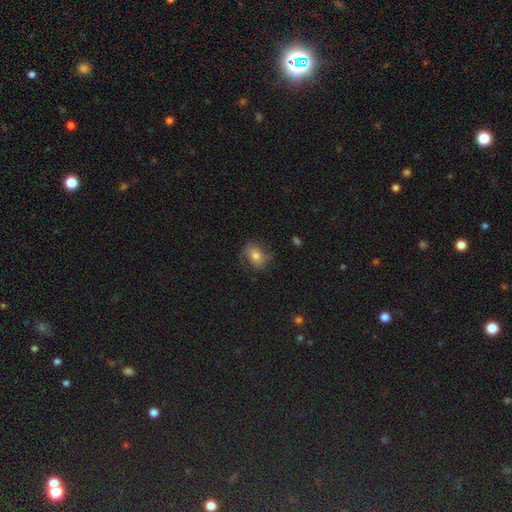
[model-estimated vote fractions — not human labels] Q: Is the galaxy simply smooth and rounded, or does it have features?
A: smooth — 63%.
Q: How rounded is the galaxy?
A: in between — 68%.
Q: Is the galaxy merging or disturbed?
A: none — 63%.